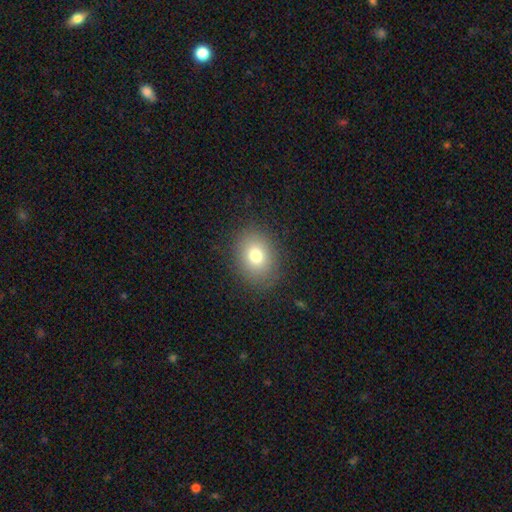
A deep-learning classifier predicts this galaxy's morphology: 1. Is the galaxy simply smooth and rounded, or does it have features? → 76% smooth, 13% star or artifact, 11% featured or disk.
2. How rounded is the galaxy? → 53% round, 46% in between, 1% cigar-shaped.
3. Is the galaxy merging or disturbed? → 86% none, 9% minor disturbance, 4% major disturbance, 1% merger.